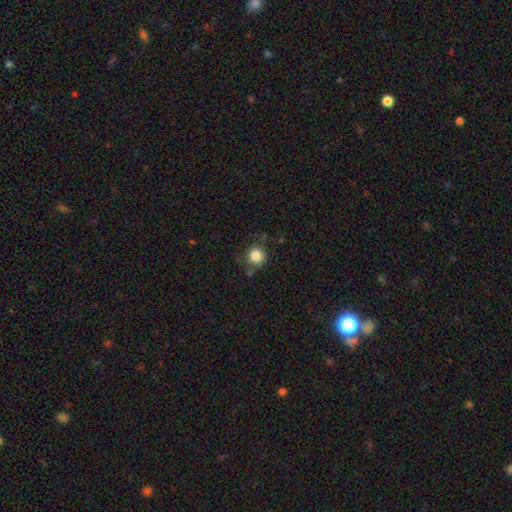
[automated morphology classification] This is clearly a smooth galaxy (85%). How rounded: clearly round (90%). Merging: likely none (73%).